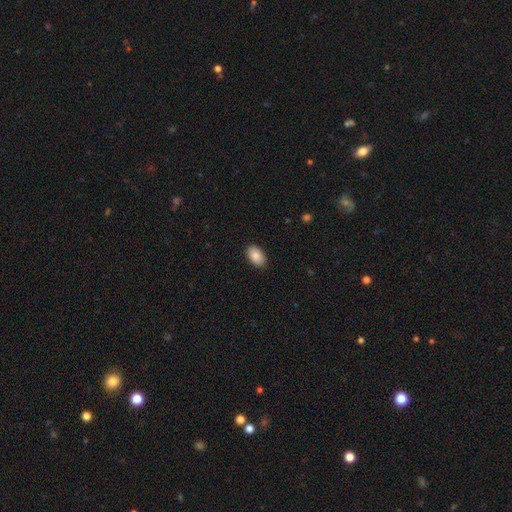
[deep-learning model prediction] smooth 88%, star or artifact 7%, featured or disk 5%. Down the decision tree: how rounded — in between (93%); merging — none (89%).